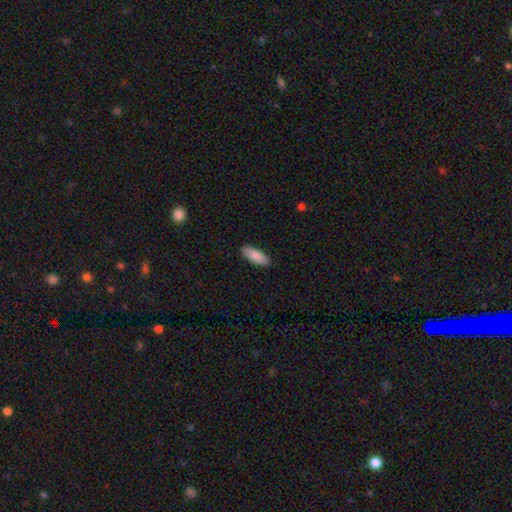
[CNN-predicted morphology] Q: Smooth or featured?
A: smooth (88%); runner-up: featured or disk (6%)
Q: How rounded?
A: in between (74%); runner-up: cigar-shaped (25%)
Q: Merging?
A: none (88%); runner-up: minor disturbance (9%)